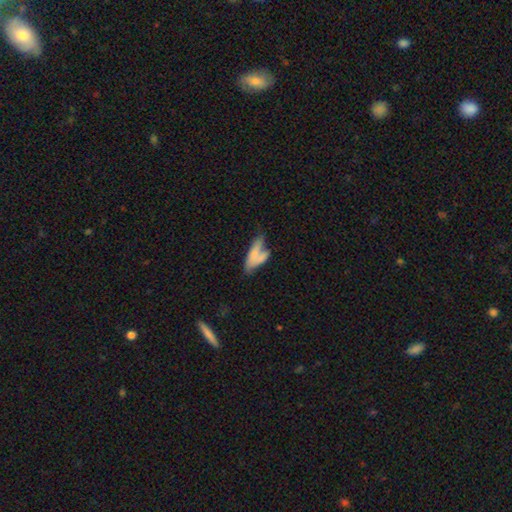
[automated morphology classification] smooth_or_featured: smooth (p=0.65) [alt: featured or disk p=0.27]
how_rounded: in between (p=0.57) [alt: cigar-shaped p=0.40]
merging: merger (p=0.41) [alt: none p=0.28]